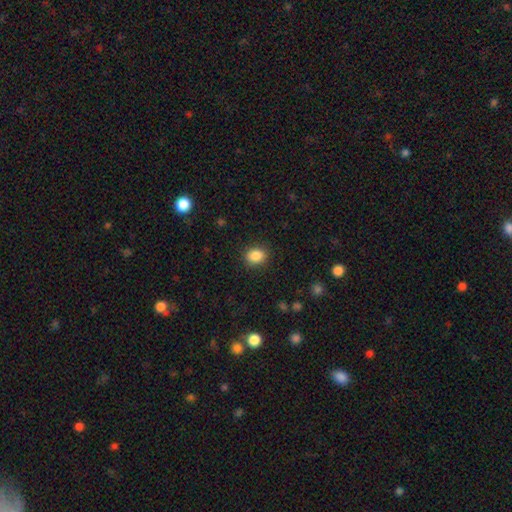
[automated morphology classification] A smooth galaxy with no disk features (87%) that is round (51%). Merging: none (88%).